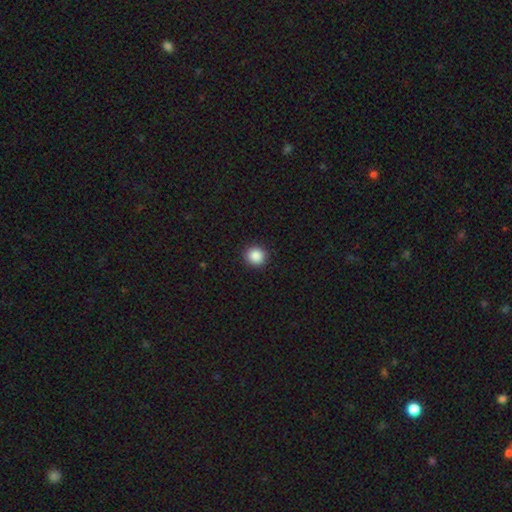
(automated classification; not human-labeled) Smooth or featured? Predicted: smooth (p=0.87). How rounded? Predicted: round (p=0.92). Merging? Predicted: none (p=0.92).